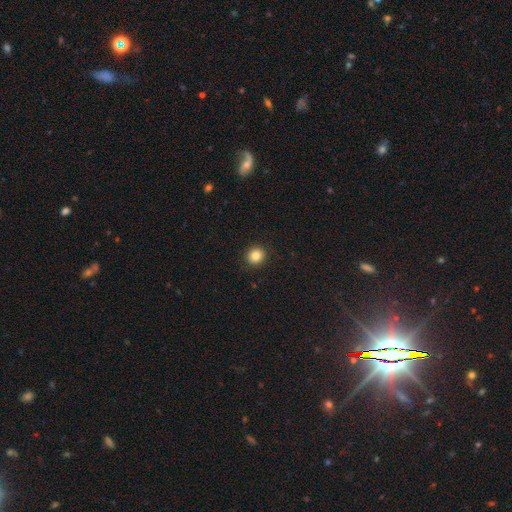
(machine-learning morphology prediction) A smooth galaxy with no disk features (84%) that is round (88%).

Vote fractions:
- Smooth or featured? smooth: 84% / star or artifact: 11% / featured or disk: 6%
- How rounded? round: 88% / in between: 11% / cigar-shaped: 1%
- Merging? none: 91% / minor disturbance: 6% / major disturbance: 2% / merger: 1%